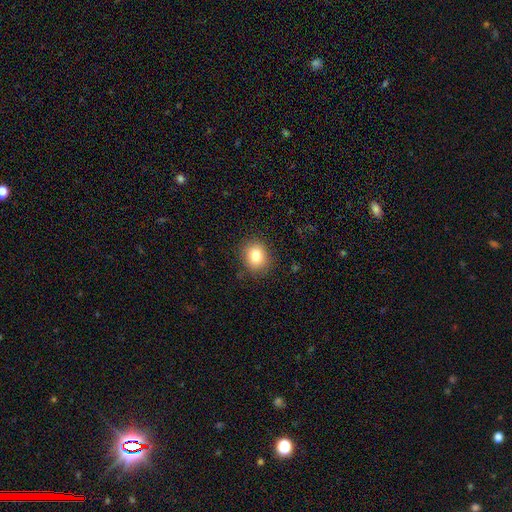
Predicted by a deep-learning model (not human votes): Smooth or featured? smooth (81%)
How rounded? round (72%)
Merging? none (87%)